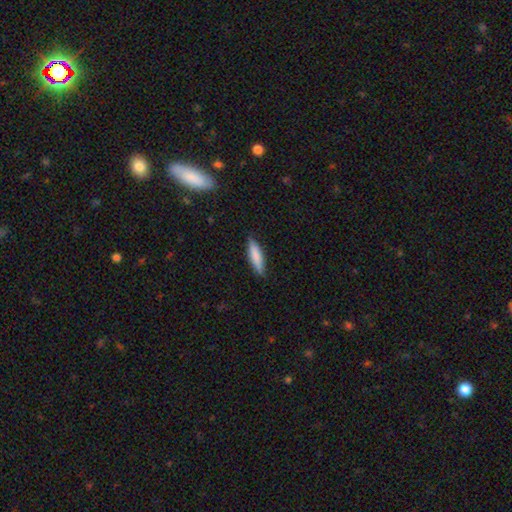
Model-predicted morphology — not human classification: type=smooth (81%); roundness=cigar-shaped (70%); merging=none (86%).